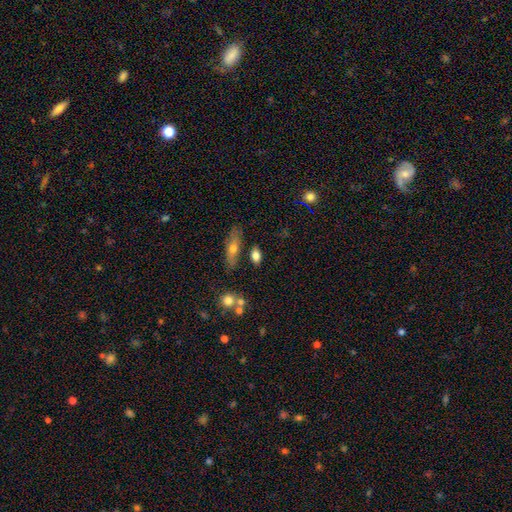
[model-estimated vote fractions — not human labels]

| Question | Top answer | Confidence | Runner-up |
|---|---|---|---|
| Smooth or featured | smooth | 75% | featured or disk (16%) |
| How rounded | in between | 75% | cigar-shaped (14%) |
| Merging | none | 72% | minor disturbance (13%) |